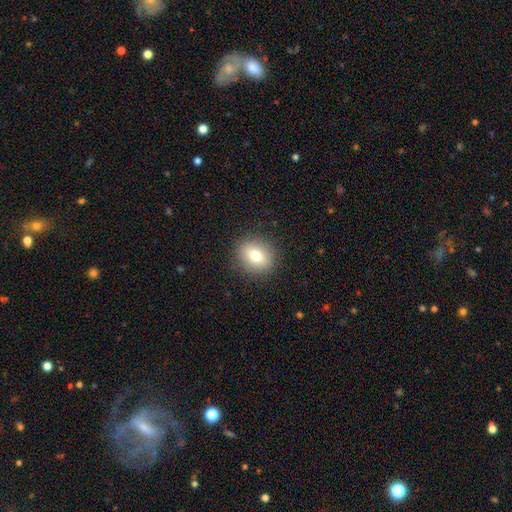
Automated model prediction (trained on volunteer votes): smooth 74%, featured or disk 14%, star or artifact 11%. Down the decision tree: how rounded — round (73%); merging — none (89%).